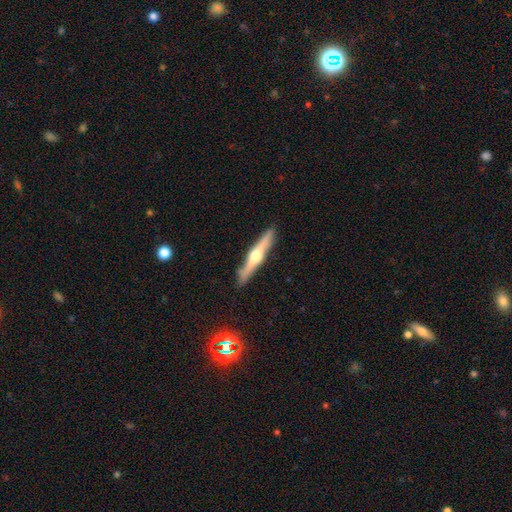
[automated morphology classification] featured or disk 68%, smooth 27%, star or artifact 5%. Down the decision tree: edge-on disk — yes (97%); edge-on bulge — rounded (93%); merging — none (89%).